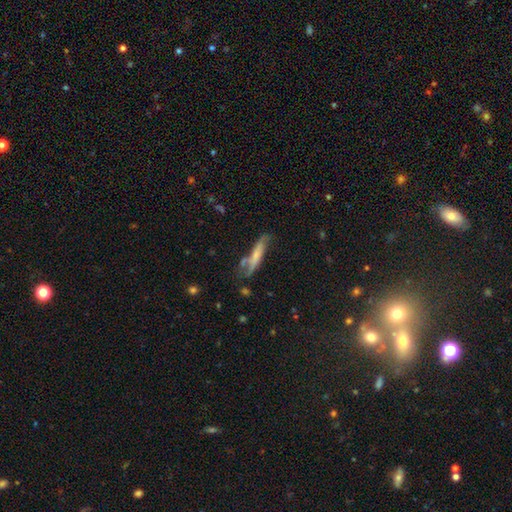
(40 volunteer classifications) This is possibly a smooth galaxy (55%). How rounded: clearly cigar-shaped (91%). Merging: marginally none (38%).